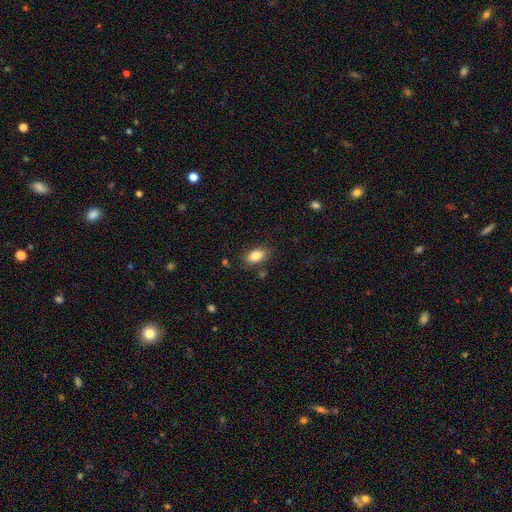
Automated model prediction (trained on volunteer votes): Overall: smooth (85%). How rounded: in between (91%). Merging: none (82%).